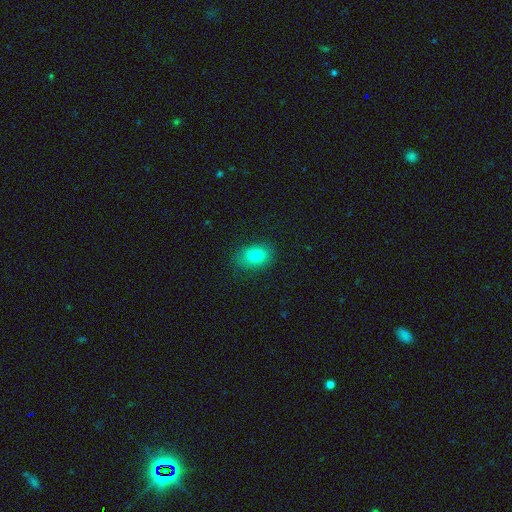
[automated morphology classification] type=smooth (81%); roundness=in between (81%); merging=none (80%).